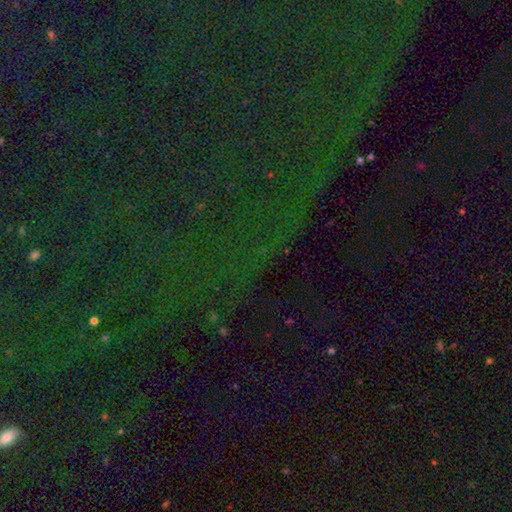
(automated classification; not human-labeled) smooth_or_featured: star or artifact (p=0.84) [alt: smooth p=0.09]